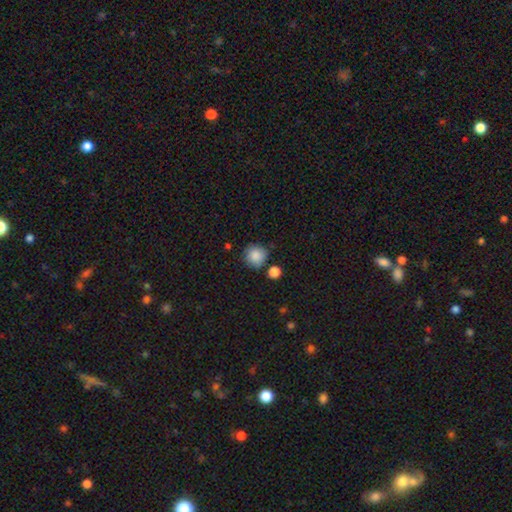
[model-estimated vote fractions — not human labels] smooth-or-featured: smooth: 87% | star or artifact: 8% | featured or disk: 5%
  how-rounded: round: 93% | in between: 6% | cigar-shaped: 1%
  merging: none: 78% | minor disturbance: 13% | merger: 6% | major disturbance: 3%